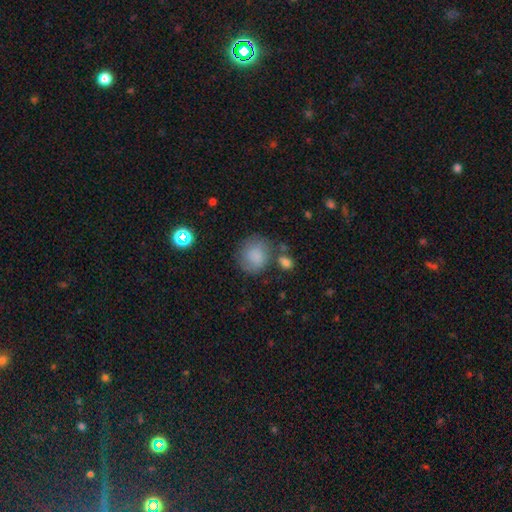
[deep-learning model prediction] A smooth galaxy with no disk features (79%) that is round (82%).

Vote fractions:
- Smooth or featured? smooth: 79% / featured or disk: 12% / star or artifact: 9%
- How rounded? round: 82% / in between: 16% / cigar-shaped: 1%
- Merging? none: 64% / minor disturbance: 19% / major disturbance: 9% / merger: 8%